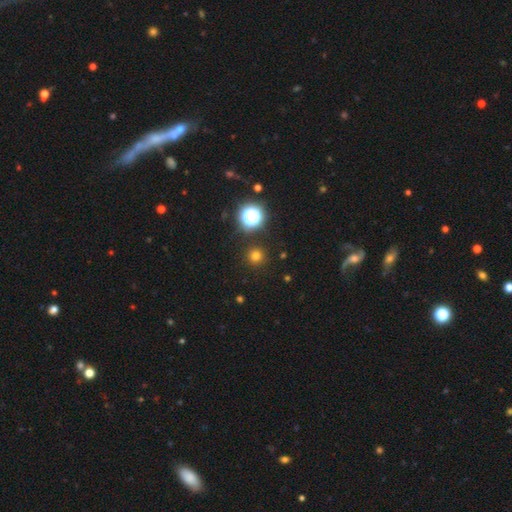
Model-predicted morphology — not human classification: This is likely a smooth galaxy (73%). How rounded: clearly round (96%). Merging: clearly none (92%).